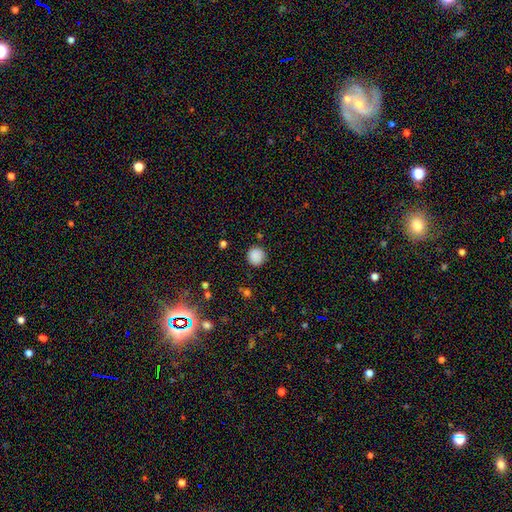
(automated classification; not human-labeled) The model was most divided on "smooth or featured": smooth: 87%, star or artifact: 10%, featured or disk: 3%. More confident: how rounded — round (94%); merging — none (89%).